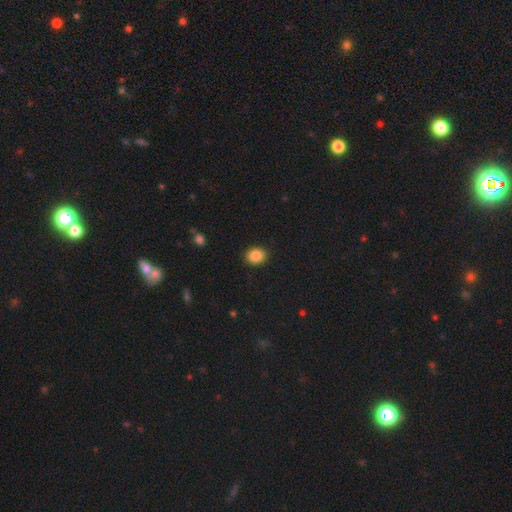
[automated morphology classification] Q: Smooth or featured?
A: smooth (87%); runner-up: star or artifact (9%)
Q: How rounded?
A: round (57%); runner-up: in between (42%)
Q: Merging?
A: none (90%); runner-up: minor disturbance (7%)